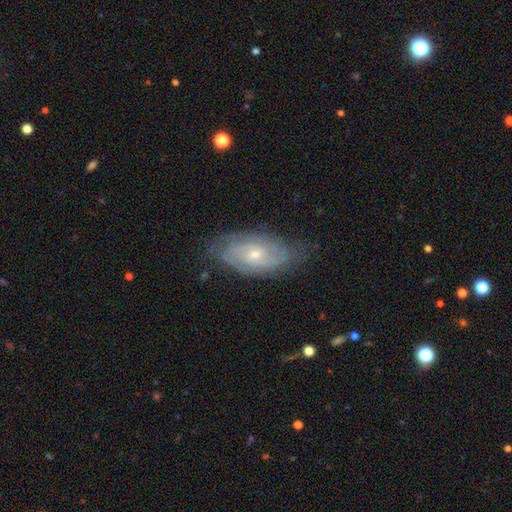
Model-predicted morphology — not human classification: smooth_or_featured: featured or disk (p=0.73) [alt: smooth p=0.18]
disk_edge_on: no (p=0.92) [alt: yes p=0.08]
bar: no (p=0.69) [alt: weak p=0.26]
has_spiral_arms: yes (p=0.90) [alt: no p=0.10]
spiral_winding: tight (p=0.60) [alt: medium p=0.31]
spiral_arm_count: can't tell (p=0.38) [alt: 2 p=0.37]
bulge_size: small (p=0.54) [alt: moderate p=0.42]
merging: none (p=0.75) [alt: minor disturbance p=0.19]